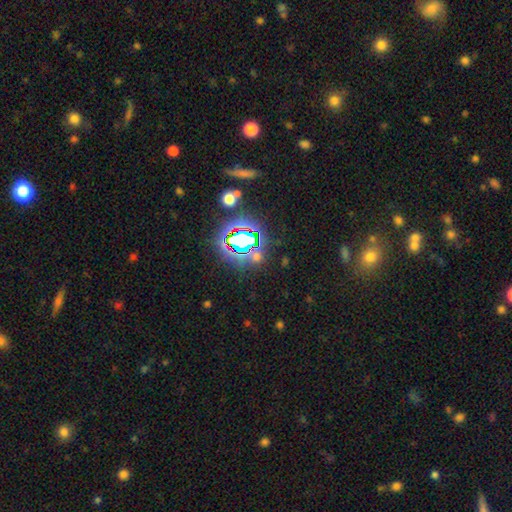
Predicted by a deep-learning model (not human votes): The model was most divided on "smooth or featured": star or artifact: 63%, smooth: 26%, featured or disk: 11%.